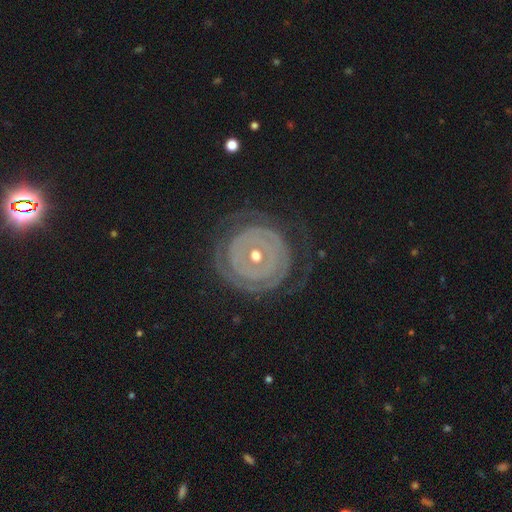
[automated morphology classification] type=featured or disk (82%); edge-on=no (97%); bar=no (73%); spiral arms=yes (80%); winding=tight (83%); arm count=can't tell (39%); bulge=small (50%); merging=none (71%).